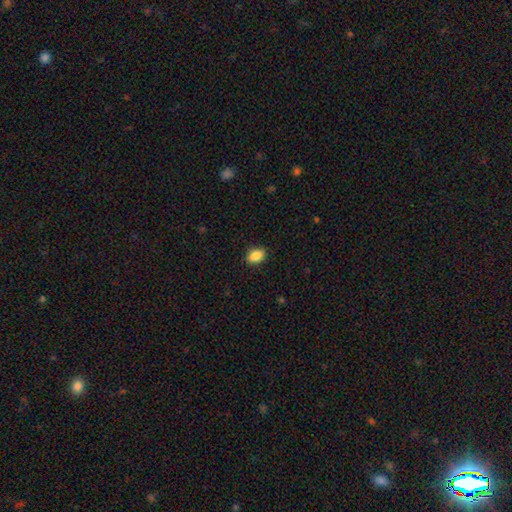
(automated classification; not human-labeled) Overall: smooth (89%). How rounded: in between (81%). Merging: none (88%).